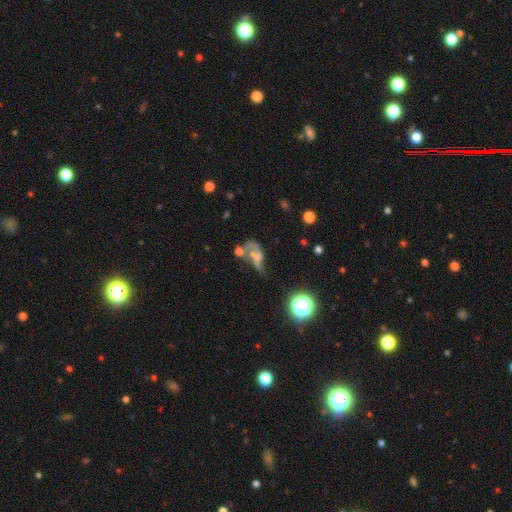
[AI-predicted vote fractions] Smooth or featured? featured or disk (53%)
Edge-on disk? no (95%)
Bar? no (73%)
Spiral arms? yes (50%, tied with no)
Bulge size? none (45%)
Merging? merger (35%)